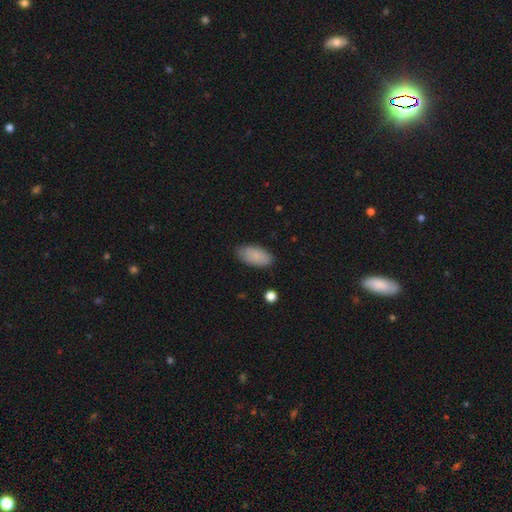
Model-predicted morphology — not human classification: Overall: smooth (86%). How rounded: in between (93%). Merging: none (83%).